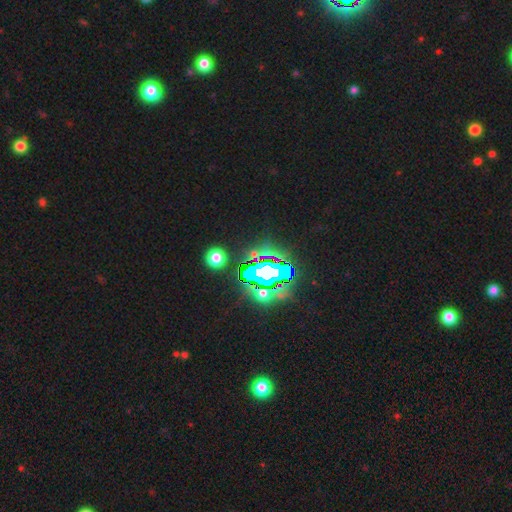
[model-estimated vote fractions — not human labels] Smooth or featured: star or artifact — 70% (featured or disk — 16%)